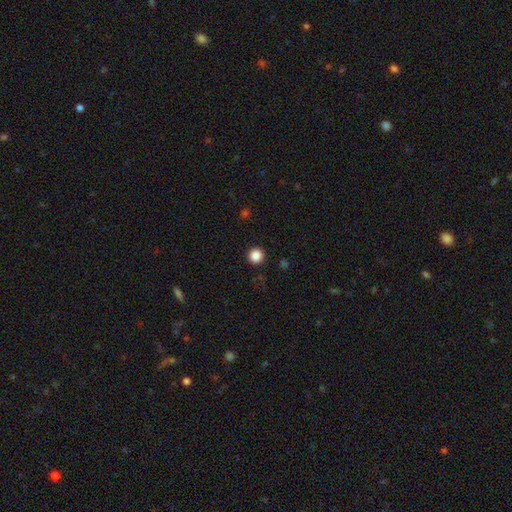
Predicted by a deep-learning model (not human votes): smooth-or-featured: smooth: 87% | star or artifact: 11% | featured or disk: 3%
  how-rounded: round: 96% | in between: 3% | cigar-shaped: 1%
  merging: none: 93% | minor disturbance: 4% | major disturbance: 2% | merger: 1%